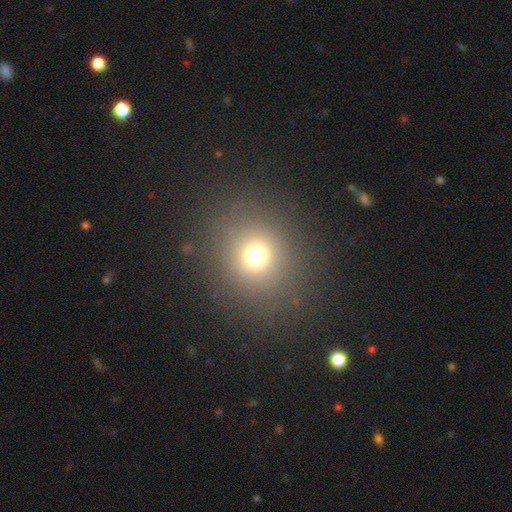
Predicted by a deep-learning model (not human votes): Q: Smooth or featured?
A: smooth (69%); runner-up: star or artifact (23%)
Q: How rounded?
A: round (90%); runner-up: in between (9%)
Q: Merging?
A: none (84%); runner-up: minor disturbance (8%)